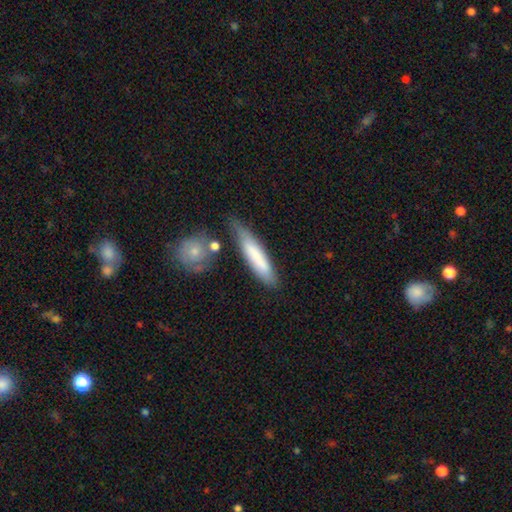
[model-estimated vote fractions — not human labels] Smooth or featured? Predicted: smooth (p=0.72). How rounded? Predicted: cigar-shaped (p=0.86). Merging? Predicted: none (p=0.67).